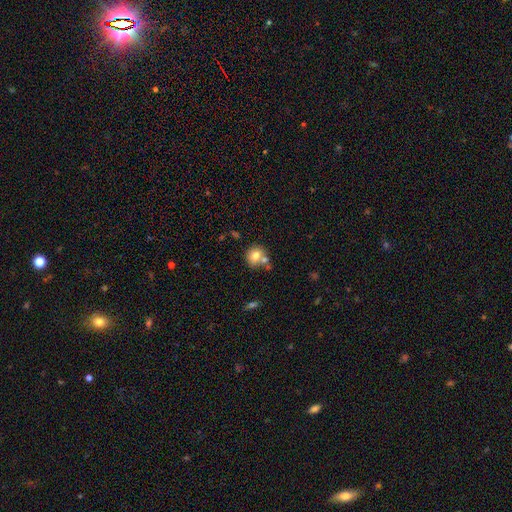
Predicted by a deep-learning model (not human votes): A smooth galaxy with no disk features (75%) that is round (81%).

Vote fractions:
- Smooth or featured? smooth: 75% / featured or disk: 15% / star or artifact: 10%
- How rounded? round: 81% / in between: 18% / cigar-shaped: 1%
- Merging? none: 55% / merger: 29% / minor disturbance: 12% / major disturbance: 4%